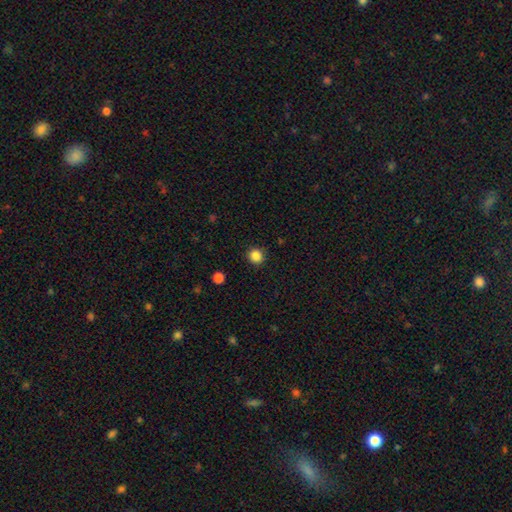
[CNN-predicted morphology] type=smooth (86%); roundness=round (92%); merging=none (90%).